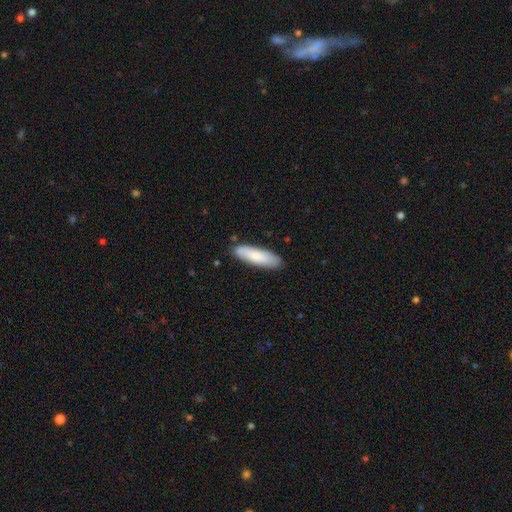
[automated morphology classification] Q: Smooth or featured?
A: smooth (82%); runner-up: featured or disk (13%)
Q: How rounded?
A: cigar-shaped (62%); runner-up: in between (37%)
Q: Merging?
A: none (86%); runner-up: minor disturbance (11%)